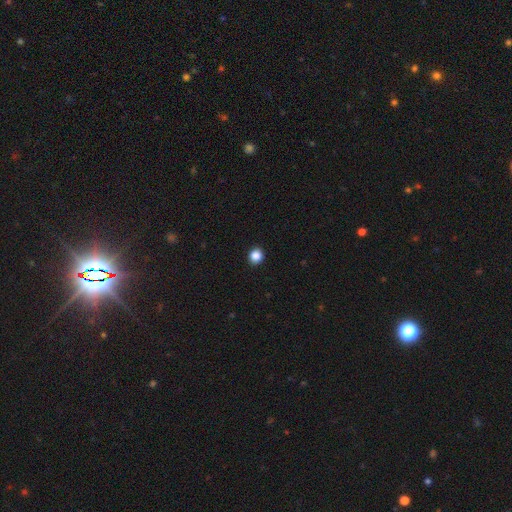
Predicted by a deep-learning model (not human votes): Q: Smooth or featured?
A: smooth (87%); runner-up: star or artifact (10%)
Q: How rounded?
A: round (89%); runner-up: in between (10%)
Q: Merging?
A: none (93%); runner-up: minor disturbance (4%)